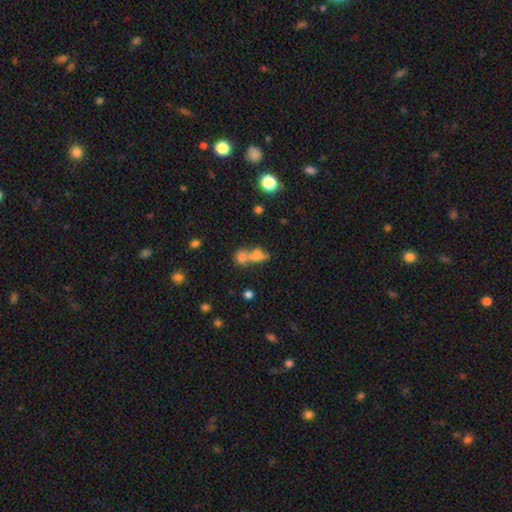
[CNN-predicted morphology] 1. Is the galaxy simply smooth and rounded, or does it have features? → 63% smooth, 21% featured or disk, 16% star or artifact.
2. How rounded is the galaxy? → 58% in between, 25% round, 17% cigar-shaped.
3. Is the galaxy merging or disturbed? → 63% merger, 23% none, 7% minor disturbance, 7% major disturbance.